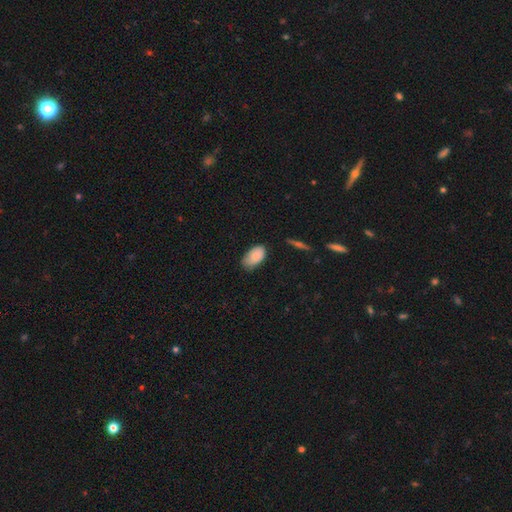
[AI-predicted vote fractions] This appears to be a smooth galaxy with no disk features (86%) that is in between round and cigar-shaped (94%). Merging: none (64%).